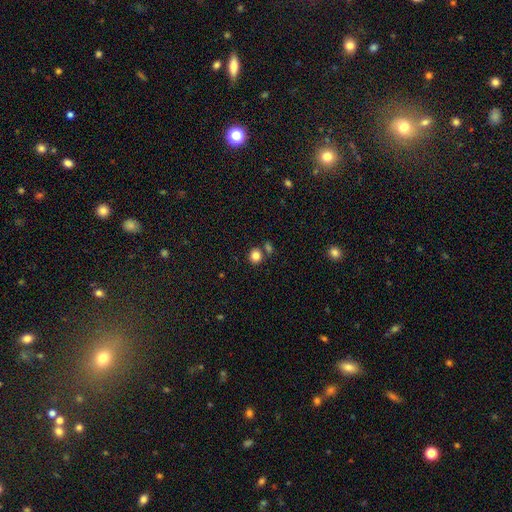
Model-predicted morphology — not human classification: A smooth galaxy with no disk features (83%) that is round (78%). Merging: none (74%).